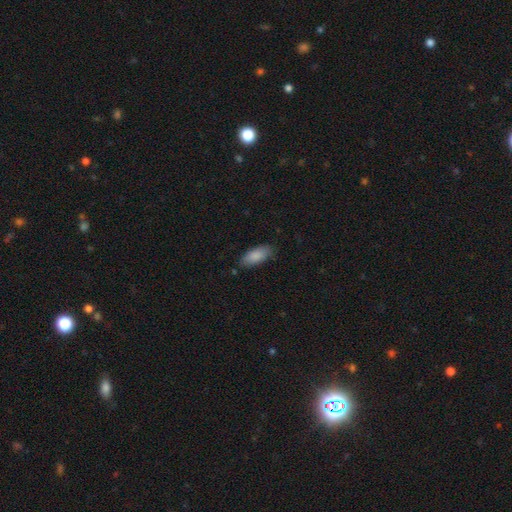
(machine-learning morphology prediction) This appears to be a smooth galaxy with no disk features (87%) that is in between round and cigar-shaped (85%). Merging: none (80%).